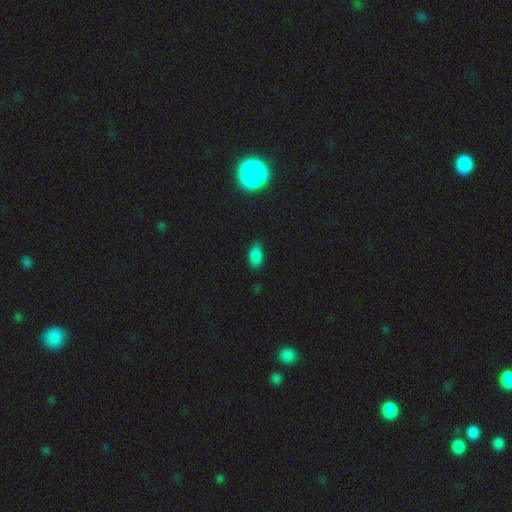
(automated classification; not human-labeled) Smooth or featured? smooth (83%)
How rounded? in between (91%)
Merging? none (83%)